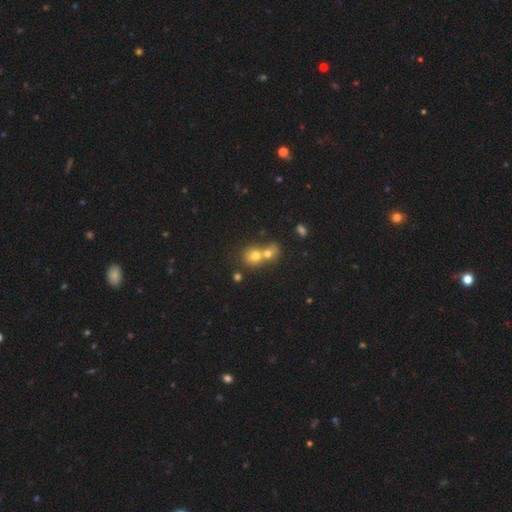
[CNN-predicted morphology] Overall: smooth (70%). How rounded: round (72%). Merging: merger (65%; none 27%).